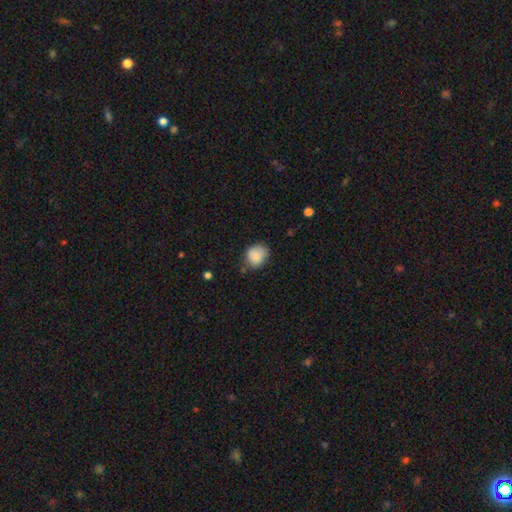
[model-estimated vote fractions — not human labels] Q: Smooth or featured?
A: smooth (85%); runner-up: star or artifact (8%)
Q: How rounded?
A: round (64%); runner-up: in between (35%)
Q: Merging?
A: none (64%); runner-up: minor disturbance (27%)